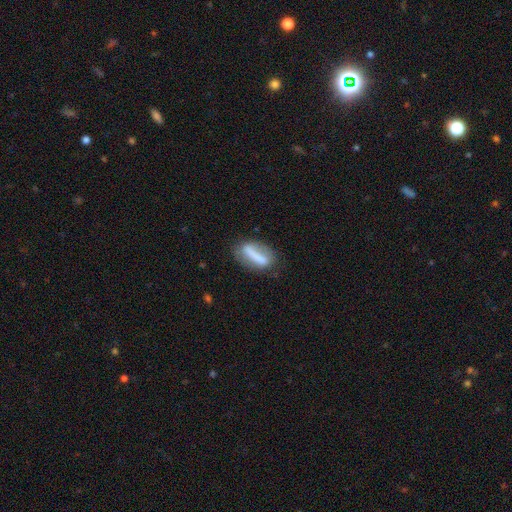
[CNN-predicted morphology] smooth-or-featured: smooth: 60% | featured or disk: 32% | star or artifact: 8%
  how-rounded: in between: 53% | cigar-shaped: 41% | round: 5%
  merging: none: 61% | minor disturbance: 23% | major disturbance: 12% | merger: 5%